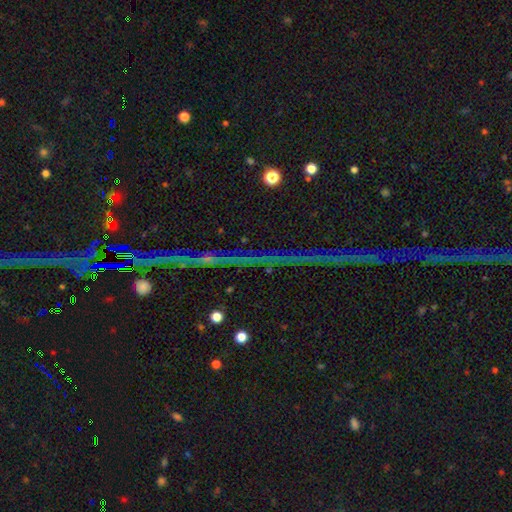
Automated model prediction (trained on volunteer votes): star or artifact 78%, featured or disk 15%, smooth 8%.